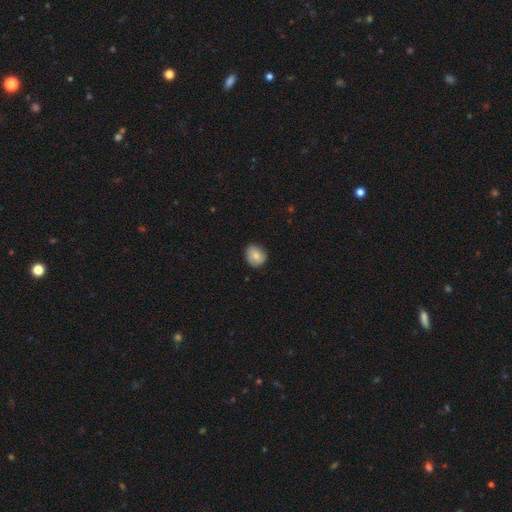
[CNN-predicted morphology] smooth-or-featured: smooth: 79% | featured or disk: 13% | star or artifact: 8%
  how-rounded: round: 62% | in between: 37% | cigar-shaped: 1%
  merging: none: 79% | minor disturbance: 17% | major disturbance: 3% | merger: 1%